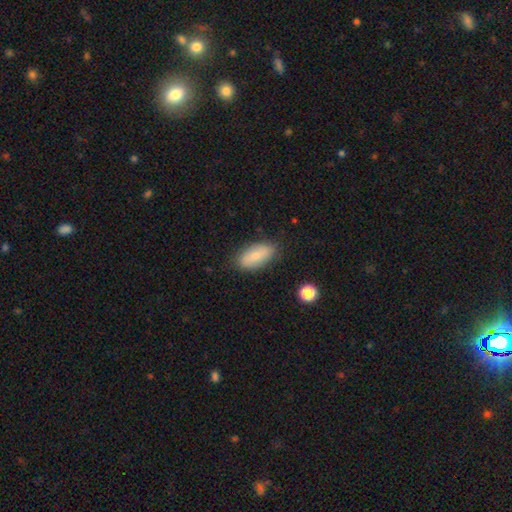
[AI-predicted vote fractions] Smooth or featured: smooth — 75% (featured or disk — 18%)
How rounded: in between — 88% (cigar-shaped — 8%)
Merging: none — 83% (minor disturbance — 12%)